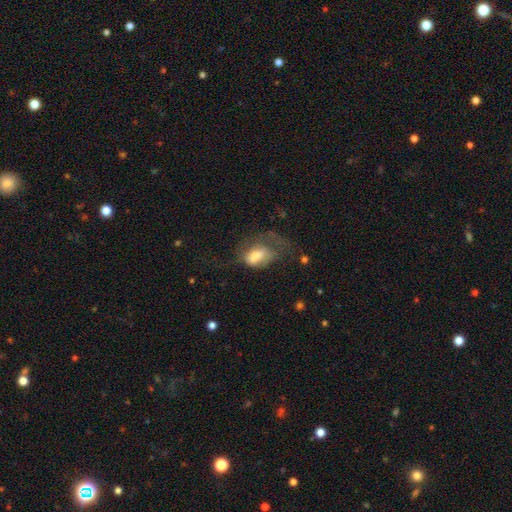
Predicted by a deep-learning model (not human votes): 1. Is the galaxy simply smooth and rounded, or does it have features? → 61% smooth, 30% featured or disk, 9% star or artifact.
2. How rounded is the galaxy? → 84% in between, 14% round, 2% cigar-shaped.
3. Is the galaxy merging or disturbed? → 55% major disturbance, 21% none, 21% minor disturbance, 3% merger.